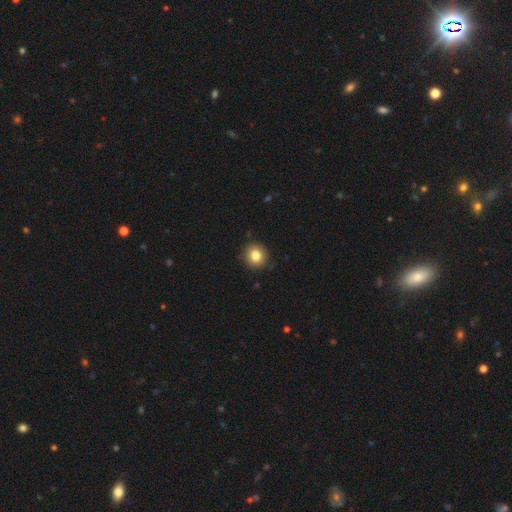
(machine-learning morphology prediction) This is clearly a smooth galaxy (83%). How rounded: clearly round (90%). Merging: clearly none (90%).